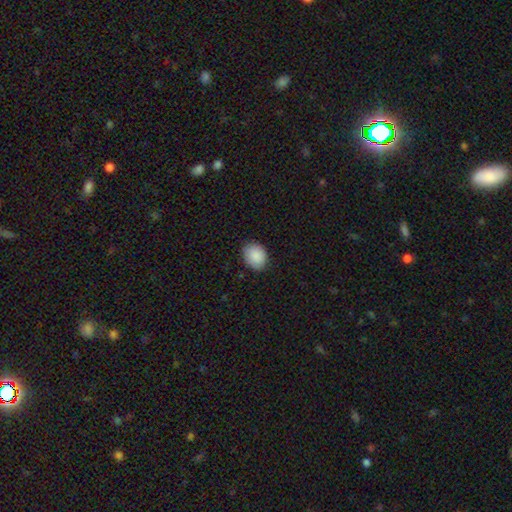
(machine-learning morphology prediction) This appears to be a smooth galaxy with no disk features (89%) that is in between round and cigar-shaped (53%). Merging: none (84%).